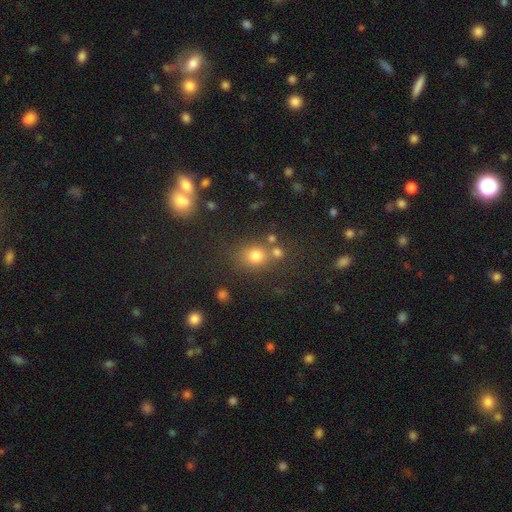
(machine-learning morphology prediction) A smooth galaxy with no disk features (74%) that is round (76%).

Vote fractions:
- Smooth or featured? smooth: 74% / star or artifact: 18% / featured or disk: 8%
- How rounded? round: 76% / in between: 23% / cigar-shaped: 1%
- Merging? none: 63% / merger: 21% / minor disturbance: 12% / major disturbance: 5%